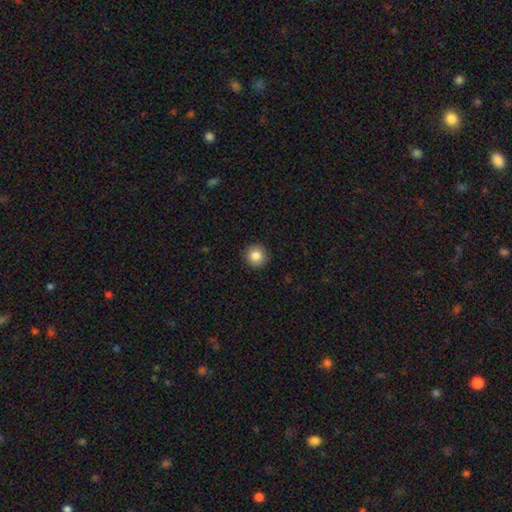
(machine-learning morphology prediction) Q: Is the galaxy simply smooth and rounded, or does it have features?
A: smooth — 85%.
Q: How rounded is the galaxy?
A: round — 95%.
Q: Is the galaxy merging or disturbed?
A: none — 92%.